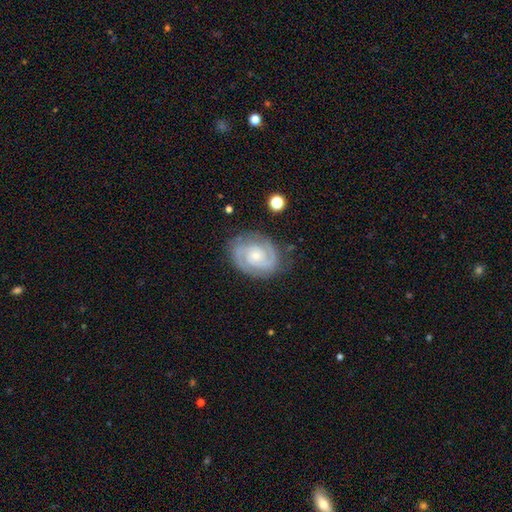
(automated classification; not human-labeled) The model was most divided on "bulge size": small: 61%, moderate: 33%, none: 3%, large: 2%, dominant: 1%. More confident: edge-on disk — no (98%); spiral arms — yes (97%); smooth or featured — featured or disk (87%); spiral arm count — 2 (83%); merging — none (81%); bar — no (66%); spiral winding — tight (64%).